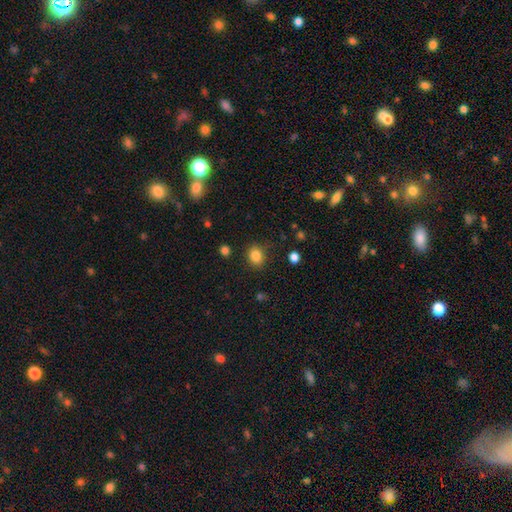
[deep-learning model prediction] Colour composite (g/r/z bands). It shows a smooth galaxy with no disk features (84%) that is round (59%). Merging: none (84%).